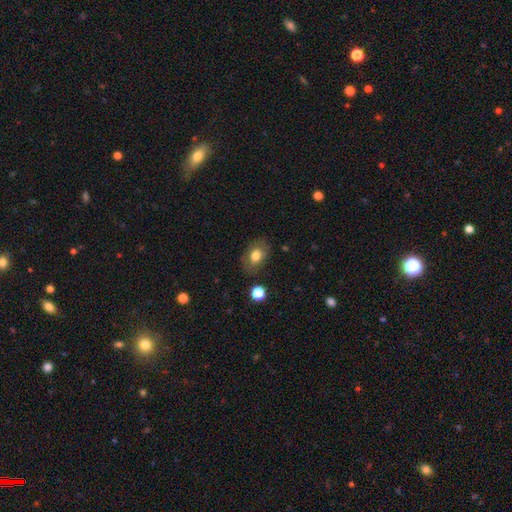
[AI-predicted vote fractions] This appears to be a smooth galaxy with no disk features (76%) that is in between round and cigar-shaped (78%). Merging: none (77%).